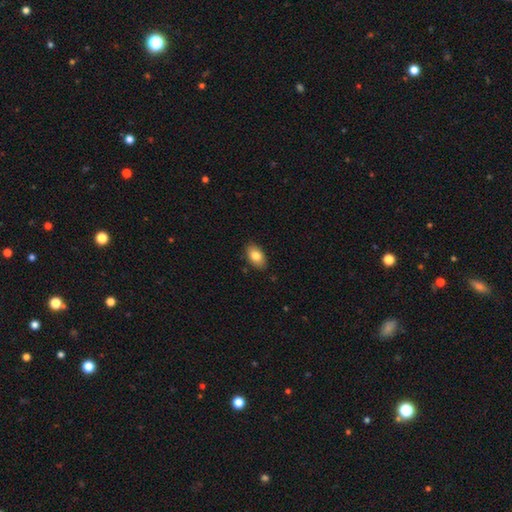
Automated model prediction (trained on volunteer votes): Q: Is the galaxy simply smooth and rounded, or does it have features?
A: smooth — 82%.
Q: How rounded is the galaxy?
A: in between — 92%.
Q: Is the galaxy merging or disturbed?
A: none — 86%.